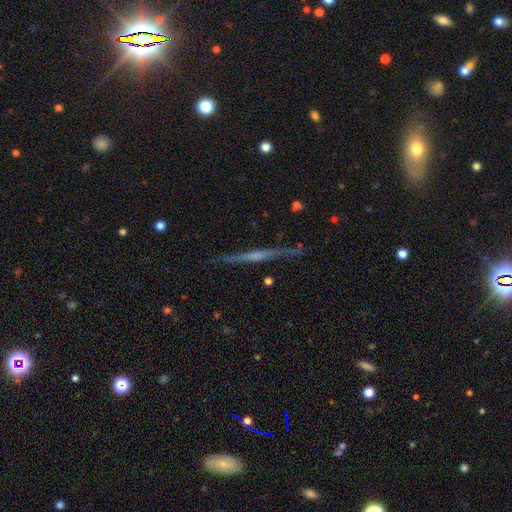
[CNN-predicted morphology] featured or disk 74%, smooth 19%, star or artifact 7%. Down the decision tree: edge-on disk — yes (97%); edge-on bulge — rounded (44%); merging — none (86%).